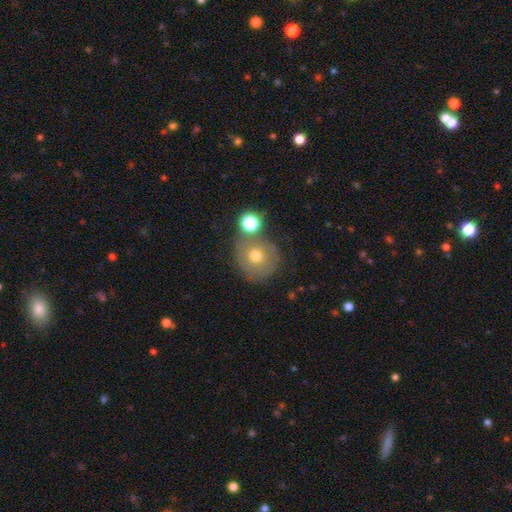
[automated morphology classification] Smooth or featured?
  - smooth: 63% *
  - featured or disk: 25%
  - star or artifact: 12%
How rounded?
  - round: 89% *
  - in between: 10%
  - cigar-shaped: 1%
Merging?
  - none: 58% *
  - merger: 20%
  - minor disturbance: 15%
  - major disturbance: 7%